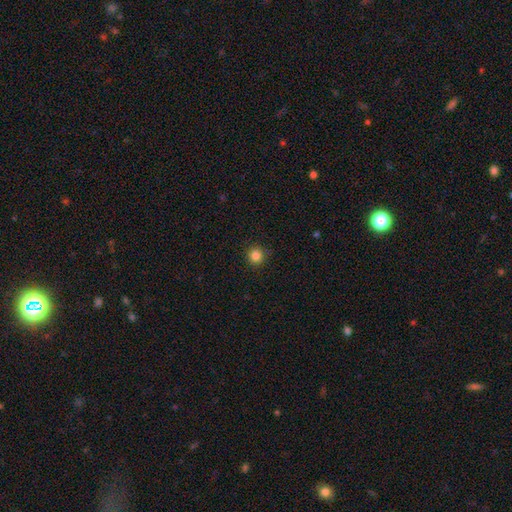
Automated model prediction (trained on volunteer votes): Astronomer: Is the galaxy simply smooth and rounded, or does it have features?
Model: smooth — 84%.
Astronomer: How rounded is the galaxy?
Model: round — 94%.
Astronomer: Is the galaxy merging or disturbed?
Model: none — 91%.